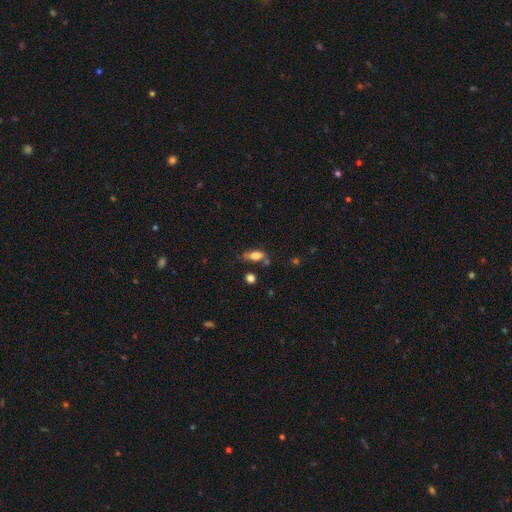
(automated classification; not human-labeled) Smooth or featured: smooth — 72% (featured or disk — 19%)
How rounded: in between — 80% (cigar-shaped — 15%)
Merging: none — 56% (minor disturbance — 24%)